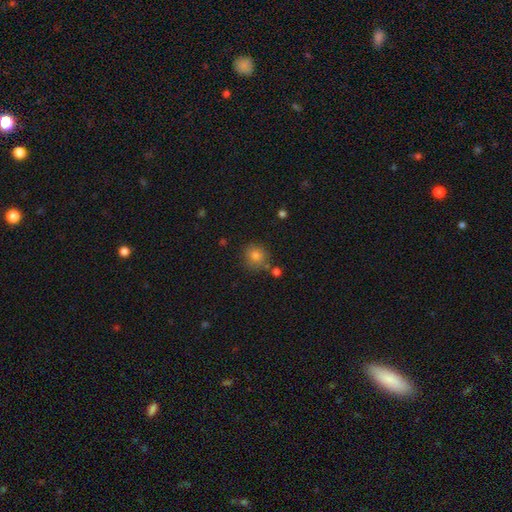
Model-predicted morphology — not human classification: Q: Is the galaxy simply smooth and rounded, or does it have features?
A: smooth — 81%.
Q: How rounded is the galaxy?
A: round — 86%.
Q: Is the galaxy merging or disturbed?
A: none — 76%.